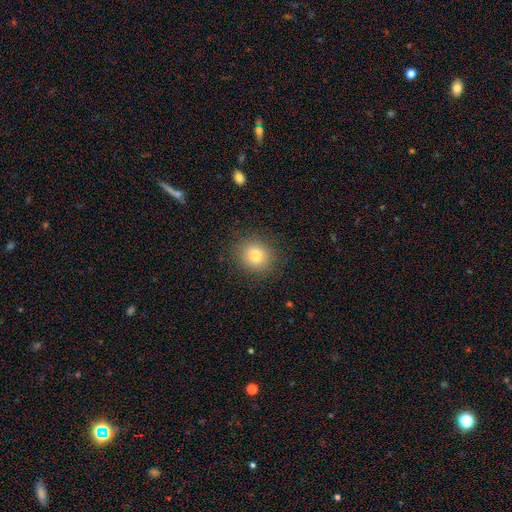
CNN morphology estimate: smooth 78%, star or artifact 12%, featured or disk 10%. Down the decision tree: how rounded — round (83%); merging — none (87%).